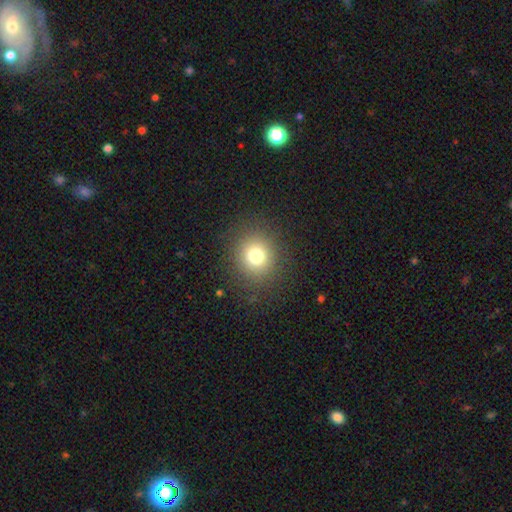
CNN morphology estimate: Q: Smooth or featured?
A: smooth (75%); runner-up: star or artifact (16%)
Q: How rounded?
A: round (89%); runner-up: in between (10%)
Q: Merging?
A: none (88%); runner-up: minor disturbance (7%)